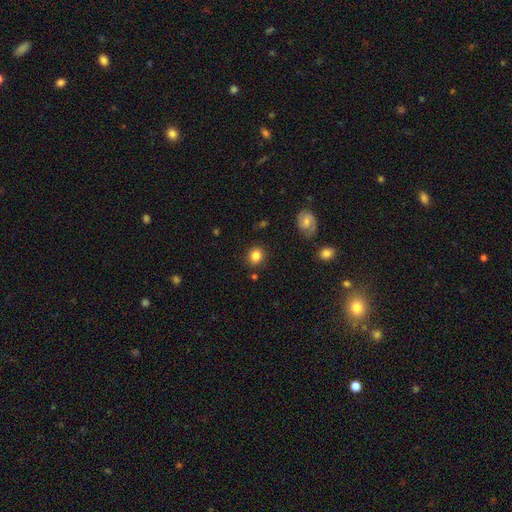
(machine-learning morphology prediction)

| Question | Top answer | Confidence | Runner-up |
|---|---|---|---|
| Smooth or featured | smooth | 84% | star or artifact (10%) |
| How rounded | round | 80% | in between (19%) |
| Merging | none | 86% | minor disturbance (9%) |